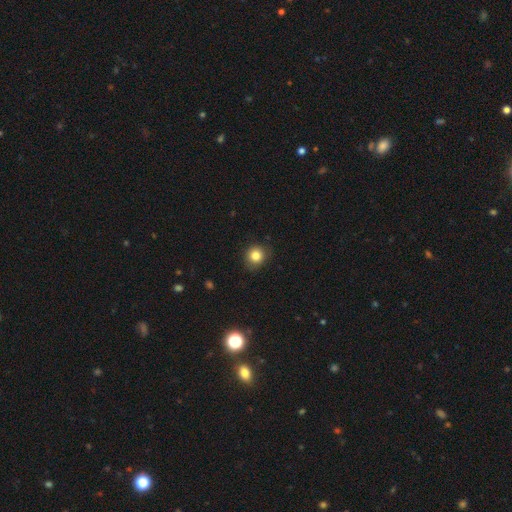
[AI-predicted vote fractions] A smooth galaxy with no disk features (83%) that is round (84%).

Vote fractions:
- Smooth or featured? smooth: 83% / star or artifact: 11% / featured or disk: 6%
- How rounded? round: 84% / in between: 15% / cigar-shaped: 1%
- Merging? none: 83% / minor disturbance: 13% / major disturbance: 3% / merger: 1%